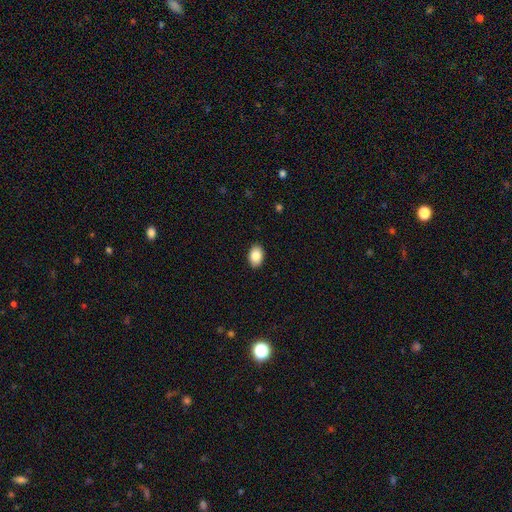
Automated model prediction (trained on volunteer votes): Smooth or featured? Predicted: smooth (p=0.86). How rounded? Predicted: in between (p=0.86). Merging? Predicted: none (p=0.90).